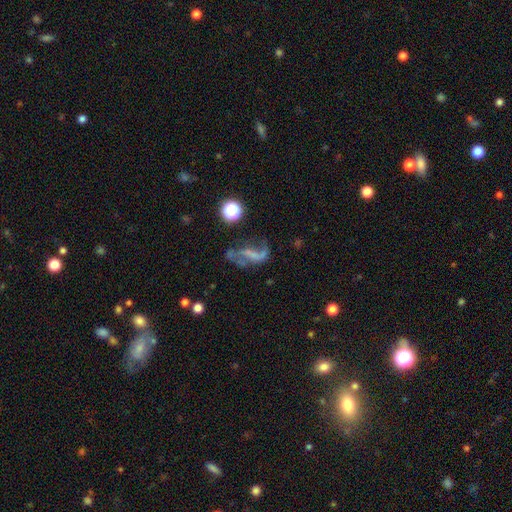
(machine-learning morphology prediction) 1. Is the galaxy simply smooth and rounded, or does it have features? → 60% featured or disk, 21% smooth, 19% star or artifact.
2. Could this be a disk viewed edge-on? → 94% no, 6% yes.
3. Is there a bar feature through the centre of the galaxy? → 47% no, 29% weak, 24% strong.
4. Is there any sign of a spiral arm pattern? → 63% yes, 37% no.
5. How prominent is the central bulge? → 69% none, 18% small, 8% moderate, 3% large, 2% dominant.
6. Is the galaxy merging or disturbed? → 37% none, 34% major disturbance, 18% minor disturbance, 10% merger.